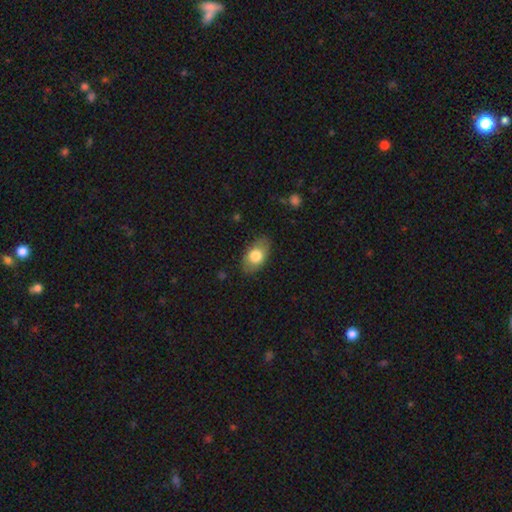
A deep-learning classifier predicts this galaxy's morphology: smooth 75%, featured or disk 18%, star or artifact 7%. Down the decision tree: how rounded — in between (90%); merging — none (82%).